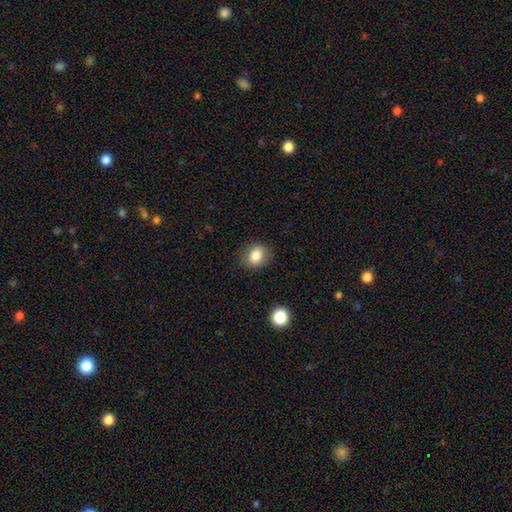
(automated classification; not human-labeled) Q: Smooth or featured?
A: smooth (83%); runner-up: star or artifact (10%)
Q: How rounded?
A: round (54%); runner-up: in between (45%)
Q: Merging?
A: none (85%); runner-up: minor disturbance (11%)